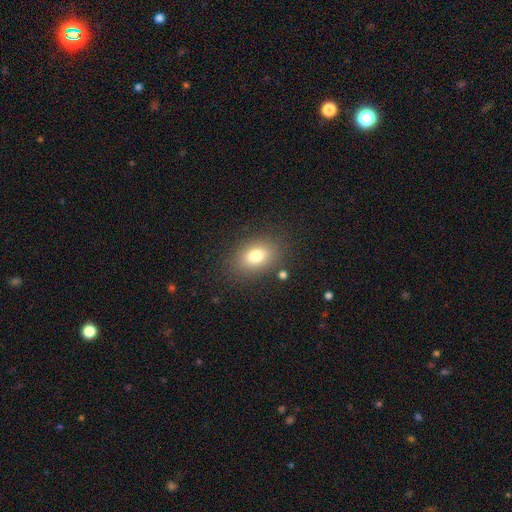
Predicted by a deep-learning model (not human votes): Overall: smooth (78%). How rounded: in between (76%). Merging: none (83%).